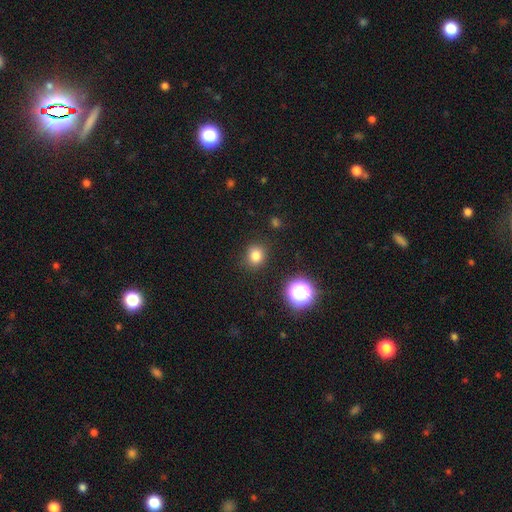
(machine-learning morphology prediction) Smooth or featured? Predicted: smooth (p=0.80). How rounded? Predicted: round (p=0.80). Merging? Predicted: none (p=0.87).